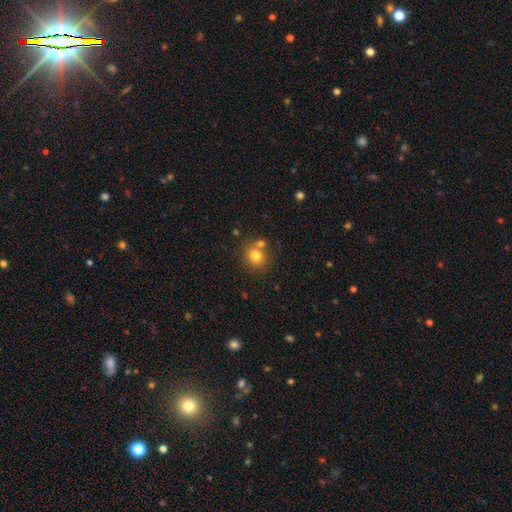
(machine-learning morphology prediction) This is likely a smooth galaxy (79%). How rounded: clearly round (81%). Merging: likely none (65%).